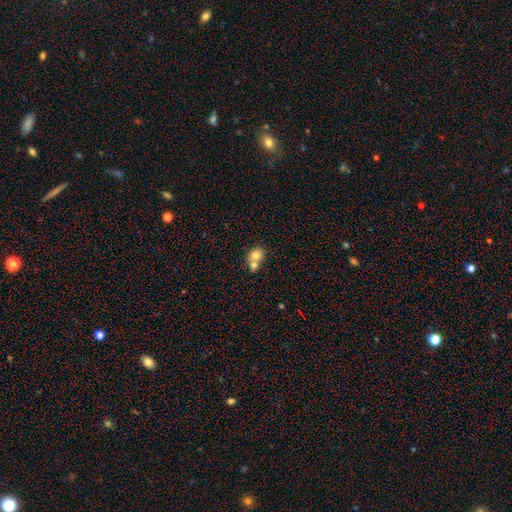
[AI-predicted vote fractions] This is likely a smooth galaxy (74%). How rounded: likely round (63%). Merging: likely merger (61%).